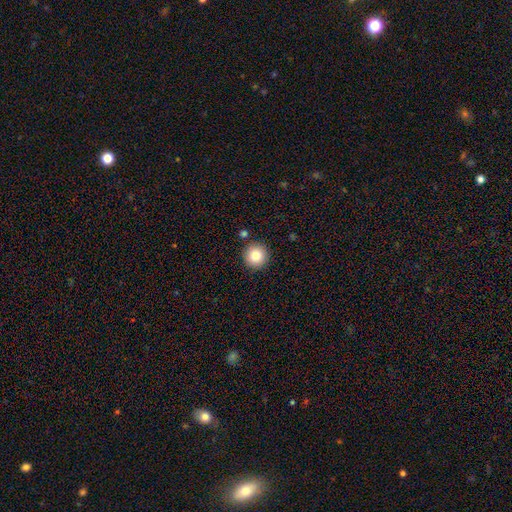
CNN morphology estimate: smooth_or_featured: smooth (p=0.81) [alt: star or artifact p=0.10]
how_rounded: round (p=0.95) [alt: in between p=0.04]
merging: none (p=0.88) [alt: minor disturbance p=0.06]